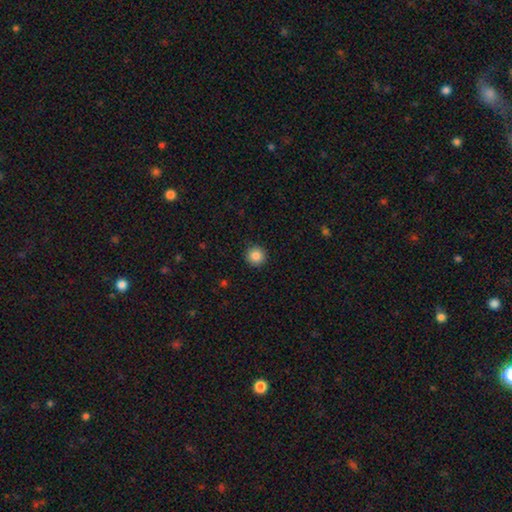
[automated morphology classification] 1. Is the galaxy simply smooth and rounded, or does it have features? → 85% smooth, 10% star or artifact, 5% featured or disk.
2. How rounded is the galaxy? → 95% round, 4% in between, 1% cigar-shaped.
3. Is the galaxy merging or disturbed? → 92% none, 5% minor disturbance, 2% major disturbance, 1% merger.